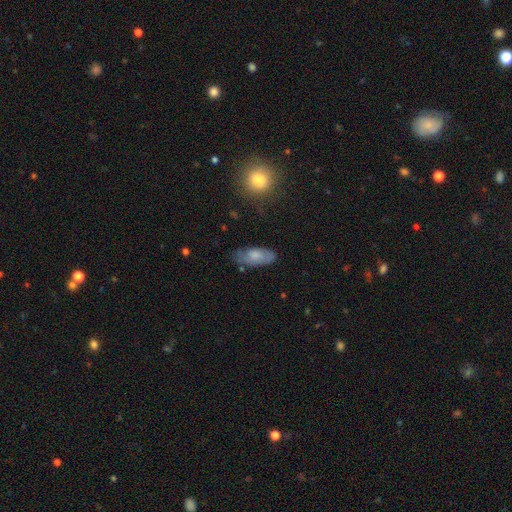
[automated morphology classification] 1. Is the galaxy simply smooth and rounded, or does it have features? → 66% smooth, 27% featured or disk, 7% star or artifact.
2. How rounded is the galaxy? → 85% in between, 12% cigar-shaped, 3% round.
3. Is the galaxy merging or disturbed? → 63% none, 27% minor disturbance, 8% major disturbance, 3% merger.